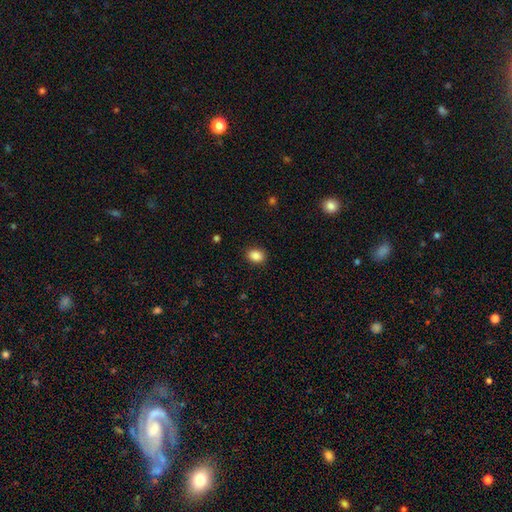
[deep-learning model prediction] Overall: smooth (87%). How rounded: in between (60%; round 39%). Merging: none (89%).